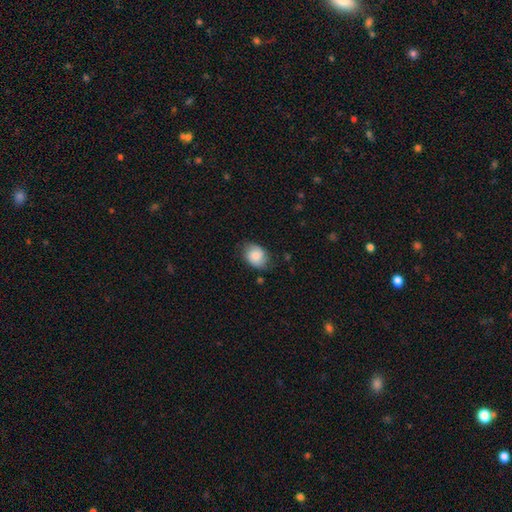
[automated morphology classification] Smooth or featured? smooth (76%)
How rounded? in between (60%)
Merging? none (70%)